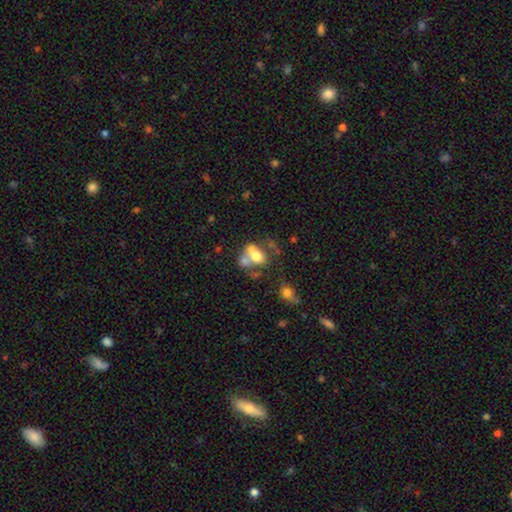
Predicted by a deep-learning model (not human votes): Morphology: type=smooth (59%); roundness=in between (62%); merging=merger (52%).